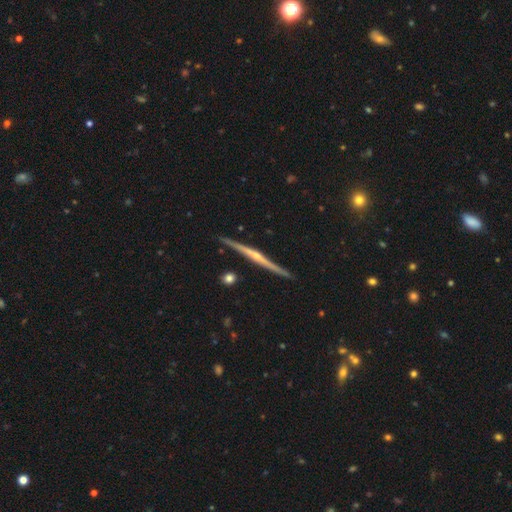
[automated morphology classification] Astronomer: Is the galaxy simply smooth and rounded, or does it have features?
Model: featured or disk — 84%.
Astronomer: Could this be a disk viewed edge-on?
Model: yes — 98%.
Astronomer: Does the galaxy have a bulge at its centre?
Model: rounded — 76%.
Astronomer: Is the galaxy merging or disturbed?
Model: none — 90%.